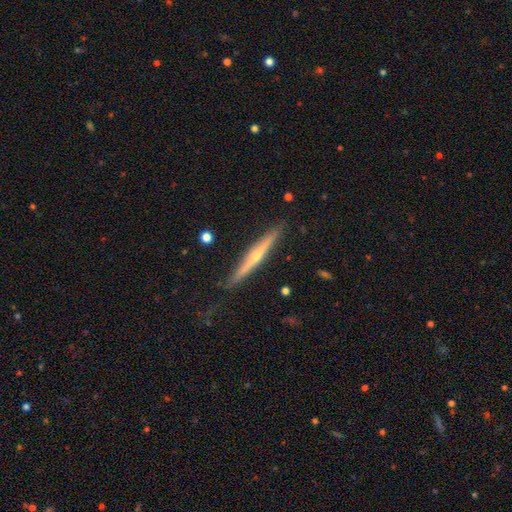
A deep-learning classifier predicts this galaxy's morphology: Smooth or featured: featured or disk — 73% (smooth — 21%)
Edge-on disk: yes — 98% (no — 2%)
Edge-on bulge: rounded — 78% (none — 19%)
Merging: none — 87% (minor disturbance — 10%)